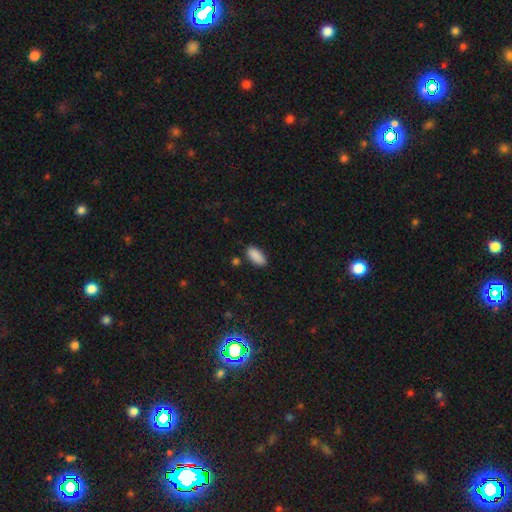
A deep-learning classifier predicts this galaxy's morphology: type=smooth (90%); roundness=in between (90%); merging=none (82%).